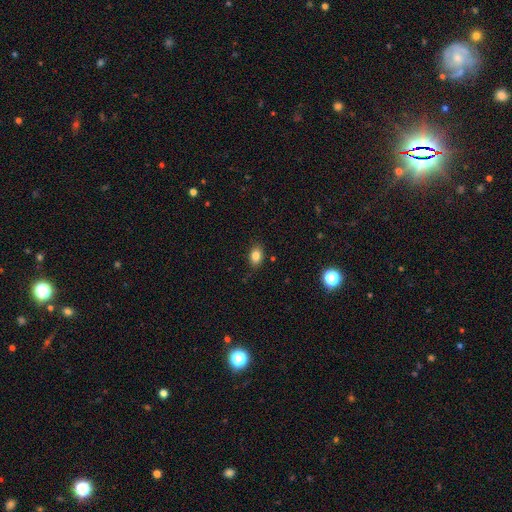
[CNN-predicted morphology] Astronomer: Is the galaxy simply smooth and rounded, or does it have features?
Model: smooth — 83%.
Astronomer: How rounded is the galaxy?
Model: in between — 80%.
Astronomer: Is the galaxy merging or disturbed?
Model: none — 84%.